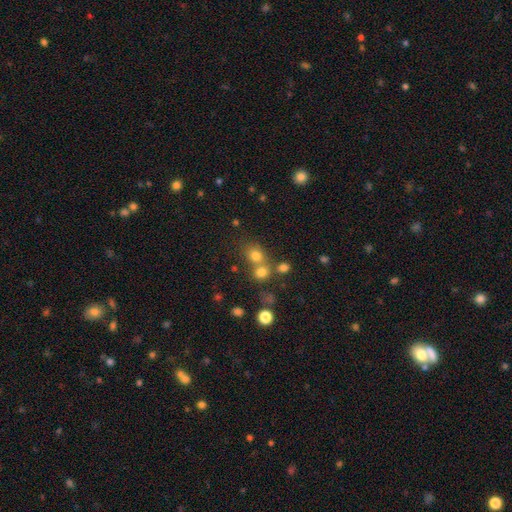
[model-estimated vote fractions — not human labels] Smooth or featured: smooth — 75% (star or artifact — 16%)
How rounded: round — 72% (in between — 27%)
Merging: none — 51% (merger — 37%)